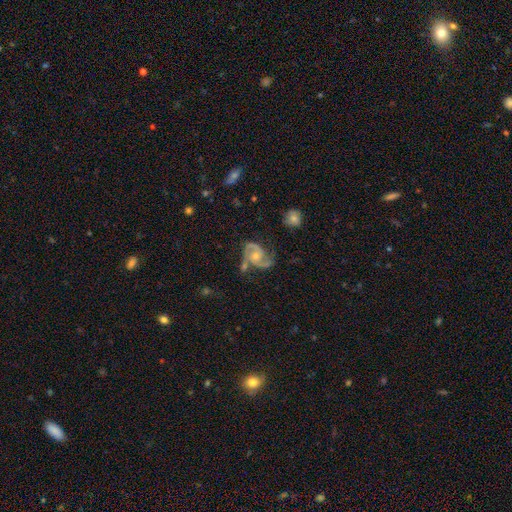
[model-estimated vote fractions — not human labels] Q: Smooth or featured?
A: featured or disk (89%); runner-up: smooth (6%)
Q: Edge-on disk?
A: no (98%); runner-up: yes (2%)
Q: Bar?
A: no (65%); runner-up: weak (29%)
Q: Spiral arms?
A: yes (98%); runner-up: no (2%)
Q: Spiral winding?
A: medium (58%); runner-up: tight (26%)
Q: Spiral arm count?
A: 2 (91%); runner-up: 3 (3%)
Q: Bulge size?
A: moderate (47%); runner-up: small (42%)
Q: Merging?
A: none (55%); runner-up: minor disturbance (22%)